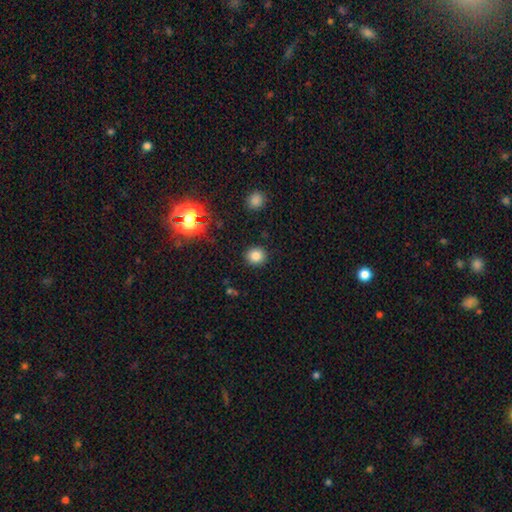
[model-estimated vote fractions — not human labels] Overall: smooth (81%). How rounded: round (88%). Merging: none (90%).